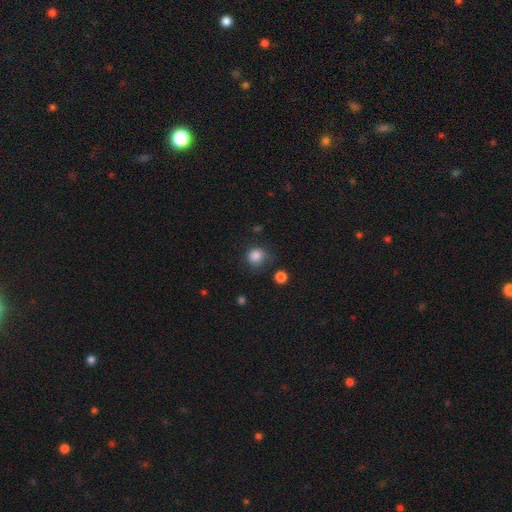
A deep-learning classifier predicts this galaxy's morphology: type=smooth (84%); roundness=round (86%); merging=none (66%).